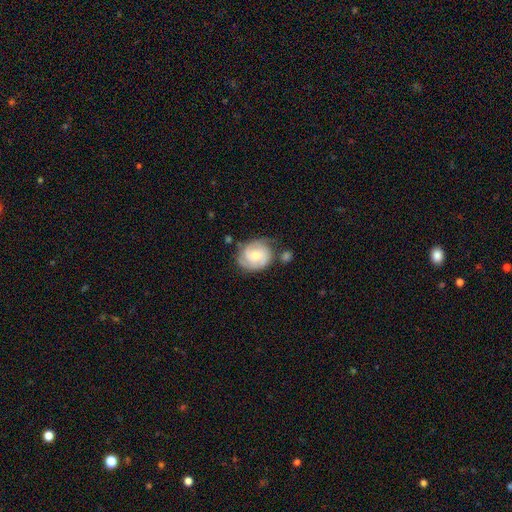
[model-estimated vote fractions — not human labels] This appears to be a featured or disk galaxy (68%) with no bar (60%), 2 (45%) tight (55%) spiral arms (93%) and a moderate central bulge (47%, tied with small). Merging: none (63%).